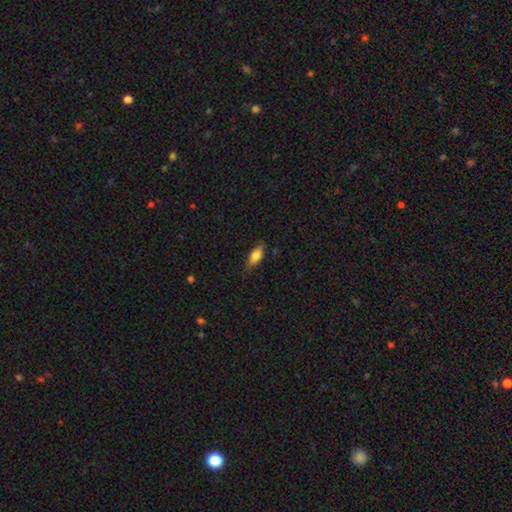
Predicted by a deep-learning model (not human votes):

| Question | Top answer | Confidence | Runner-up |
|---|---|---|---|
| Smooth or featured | smooth | 81% | featured or disk (12%) |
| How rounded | in between | 80% | cigar-shaped (18%) |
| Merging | none | 77% | minor disturbance (19%) |